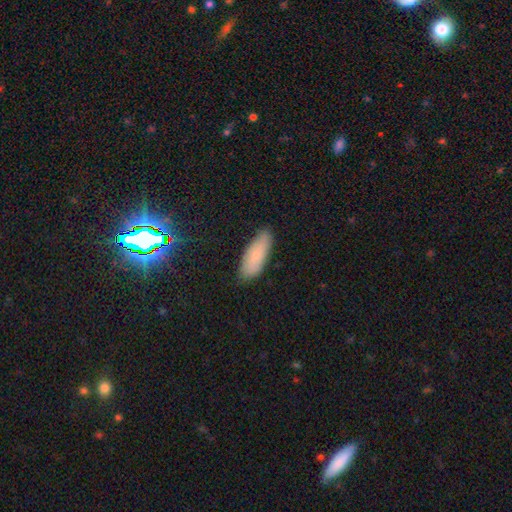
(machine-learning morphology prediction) The model was most divided on "how rounded": in between: 71%, cigar-shaped: 27%, round: 2%. More confident: merging — none (79%); smooth or featured — smooth (77%).